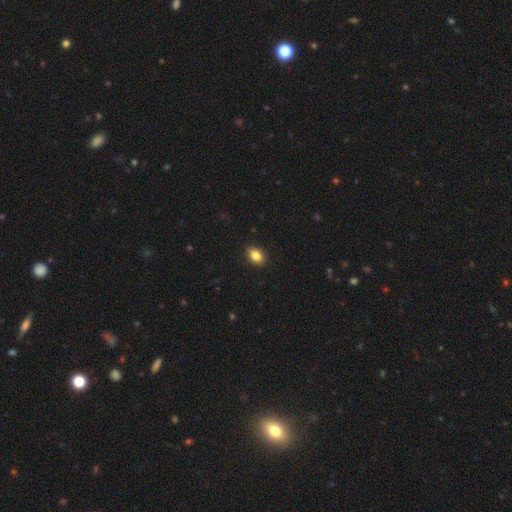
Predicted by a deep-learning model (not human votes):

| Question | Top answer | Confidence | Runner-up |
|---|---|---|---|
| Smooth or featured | smooth | 86% | star or artifact (9%) |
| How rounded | in between | 79% | round (20%) |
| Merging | none | 90% | minor disturbance (7%) |